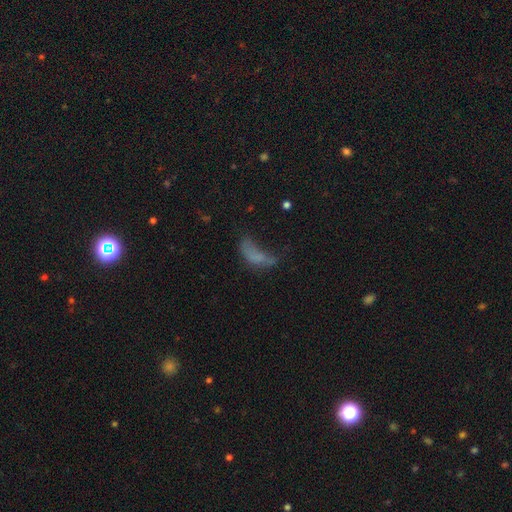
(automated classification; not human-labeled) Q: Smooth or featured?
A: smooth (55%); runner-up: featured or disk (27%)
Q: How rounded?
A: in between (78%); runner-up: cigar-shaped (17%)
Q: Merging?
A: major disturbance (44%); runner-up: none (26%)